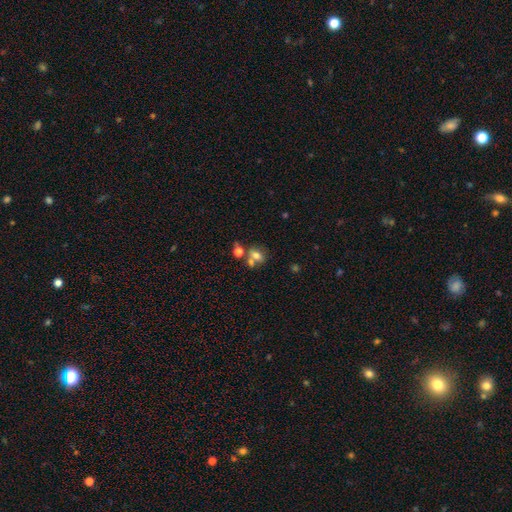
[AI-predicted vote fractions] This appears to be a smooth galaxy with no disk features (69%) that is in between round and cigar-shaped (61%). Merging: none (43%).